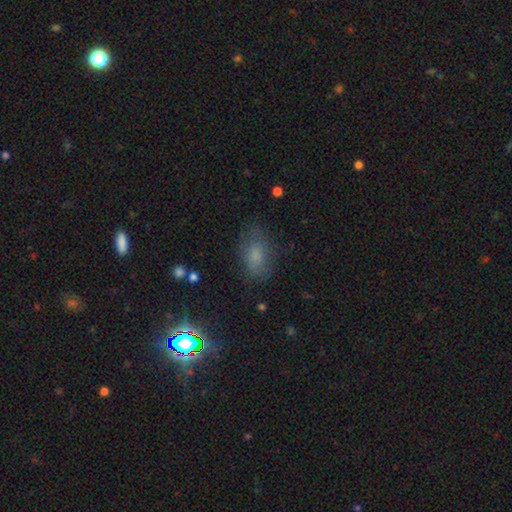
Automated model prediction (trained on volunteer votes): Morphology: type=smooth (68%); roundness=in between (86%); merging=none (71%).